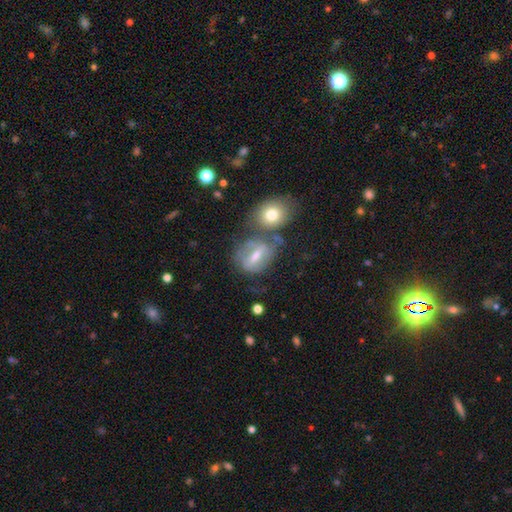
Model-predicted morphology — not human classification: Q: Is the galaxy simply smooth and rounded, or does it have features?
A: featured or disk — 47%.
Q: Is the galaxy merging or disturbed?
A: none — 40%.